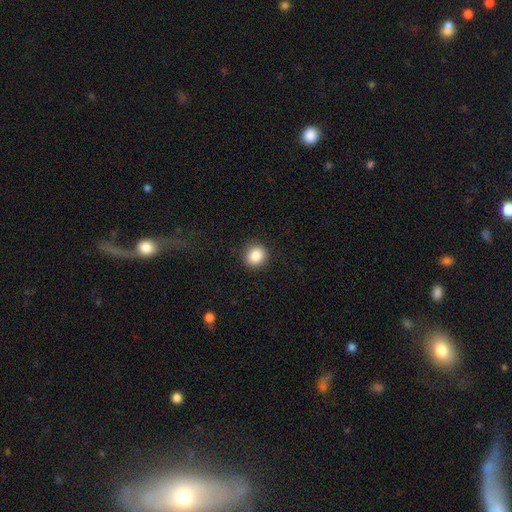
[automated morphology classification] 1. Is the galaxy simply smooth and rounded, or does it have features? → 87% smooth, 9% star or artifact, 4% featured or disk.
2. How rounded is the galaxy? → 88% round, 11% in between, 1% cigar-shaped.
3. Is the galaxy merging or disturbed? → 90% none, 7% minor disturbance, 2% major disturbance, 1% merger.